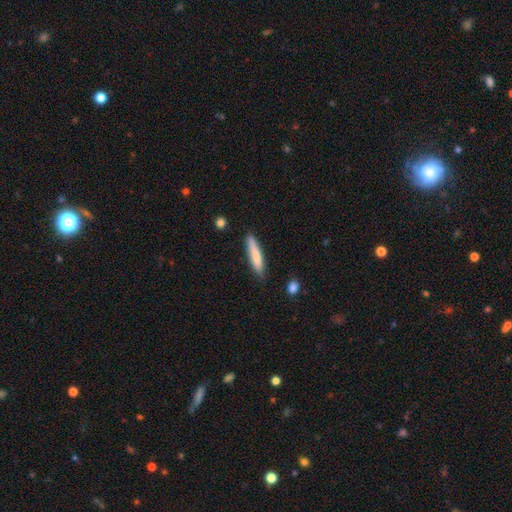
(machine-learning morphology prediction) A smooth galaxy with no disk features (79%) that is cigar-shaped (87%). Merging: none (81%).